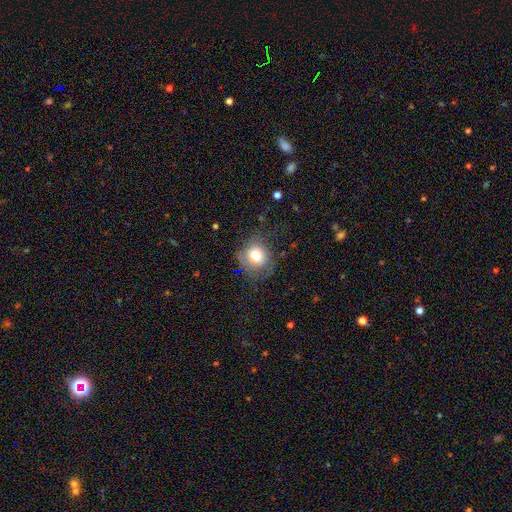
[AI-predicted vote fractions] This appears to be a smooth galaxy with no disk features (72%) that is round (77%). Merging: none (58%).